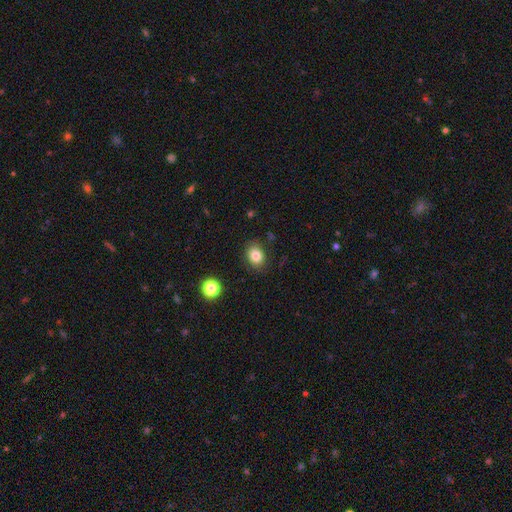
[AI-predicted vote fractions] smooth-or-featured: smooth: 83% | star or artifact: 11% | featured or disk: 7%
  how-rounded: in between: 51% | round: 48% | cigar-shaped: 1%
  merging: none: 83% | minor disturbance: 12% | major disturbance: 3% | merger: 2%